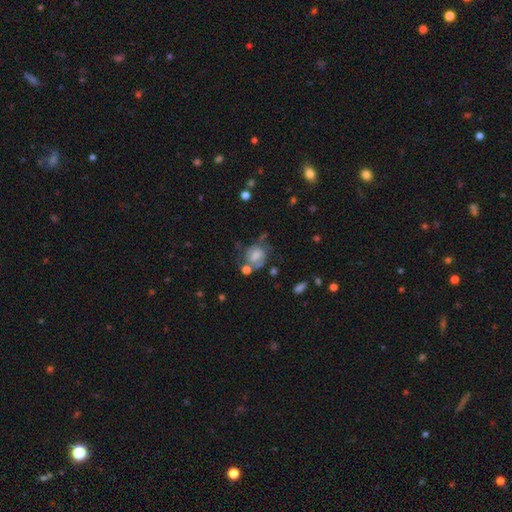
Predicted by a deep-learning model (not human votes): A featured or disk galaxy (60%) with no bar (46%), spiral arms (82%) and a moderate central bulge (43%). Merging: none (45%).